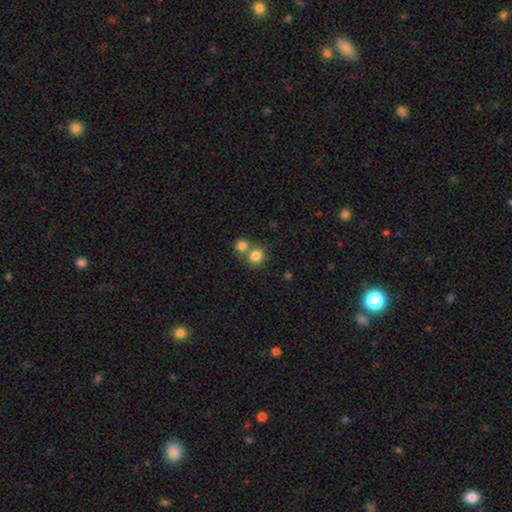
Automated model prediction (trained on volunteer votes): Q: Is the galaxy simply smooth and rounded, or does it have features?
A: smooth — 82%.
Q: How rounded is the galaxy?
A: round — 84%.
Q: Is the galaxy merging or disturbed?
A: none — 49%.